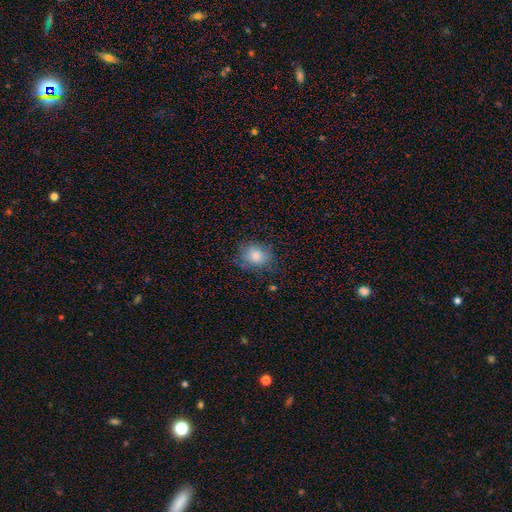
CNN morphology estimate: Smooth or featured? Predicted: smooth (p=0.80). How rounded? Predicted: round (p=0.61). Merging? Predicted: none (p=0.73).